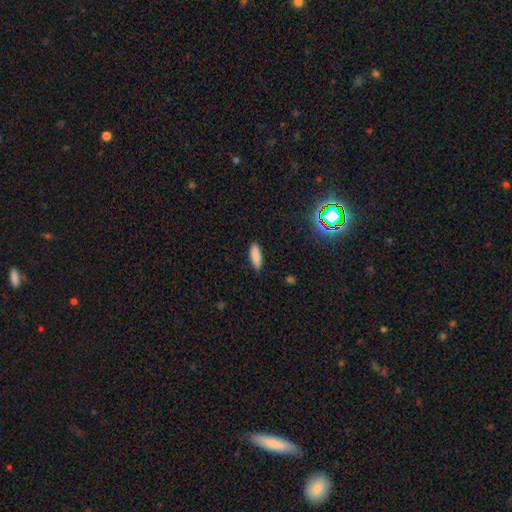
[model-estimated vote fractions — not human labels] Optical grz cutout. It shows a smooth galaxy with no disk features (86%) that is in between round and cigar-shaped (53%). Merging: none (87%).